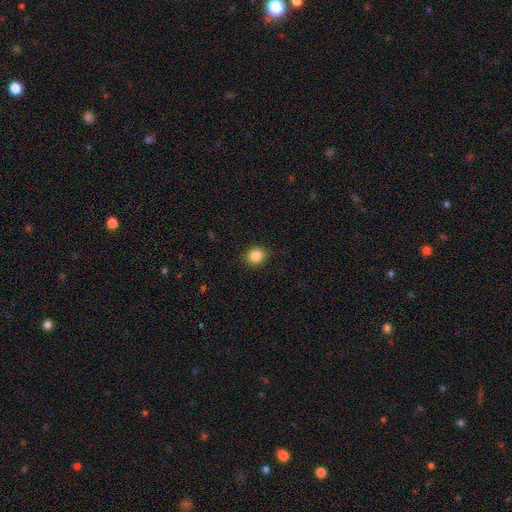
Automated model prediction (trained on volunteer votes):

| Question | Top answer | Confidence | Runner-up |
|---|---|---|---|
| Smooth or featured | smooth | 86% | star or artifact (10%) |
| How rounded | round | 76% | in between (23%) |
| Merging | none | 87% | minor disturbance (10%) |